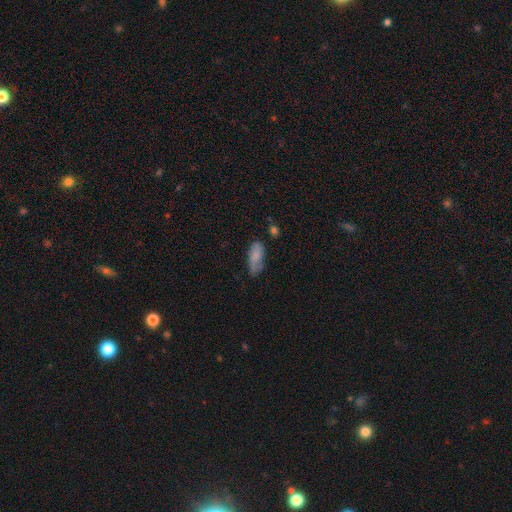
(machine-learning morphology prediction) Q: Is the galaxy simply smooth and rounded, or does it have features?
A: smooth — 80%.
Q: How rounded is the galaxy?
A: in between — 81%.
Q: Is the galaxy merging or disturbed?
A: none — 57%.